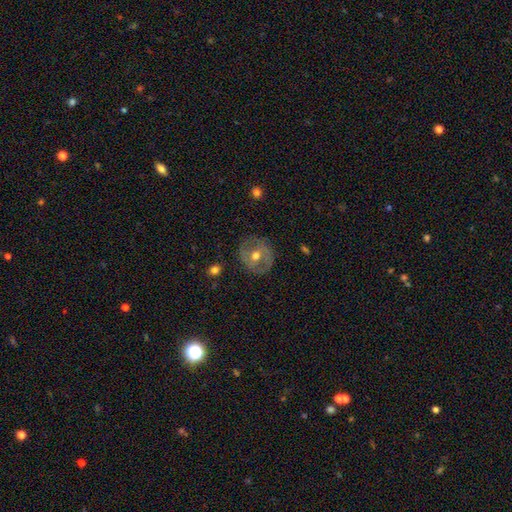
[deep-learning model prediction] The model was most divided on "spiral arms": no: 61%, yes: 39%. More confident: edge-on disk — no (95%); merging — none (81%); bulge size — moderate (76%); bar — no (59%); smooth or featured — featured or disk (58%).